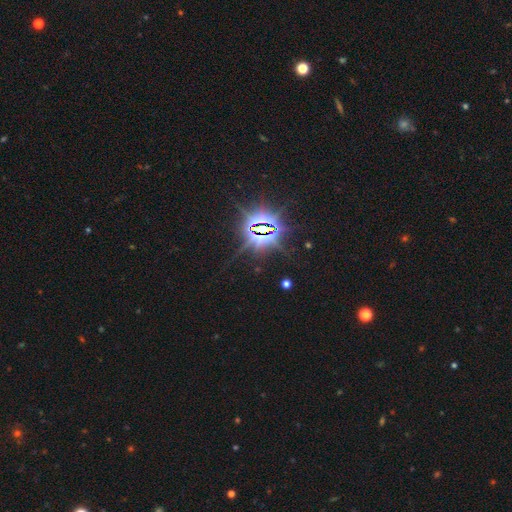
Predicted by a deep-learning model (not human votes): A star or artifact, not a galaxy (86%).